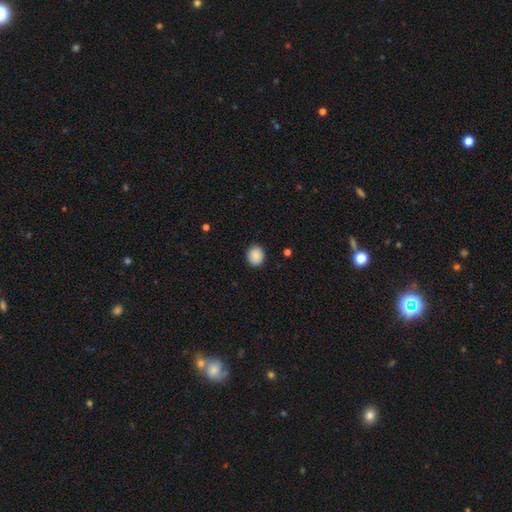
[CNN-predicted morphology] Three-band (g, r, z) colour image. It shows a smooth galaxy with no disk features (87%) that is round (72%). Merging: none (89%).